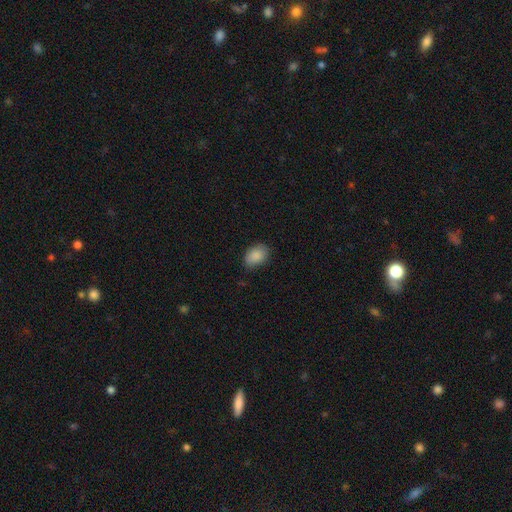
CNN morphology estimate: Smooth or featured: smooth — 88% (star or artifact — 7%)
How rounded: in between — 81% (round — 18%)
Merging: none — 77% (minor disturbance — 18%)